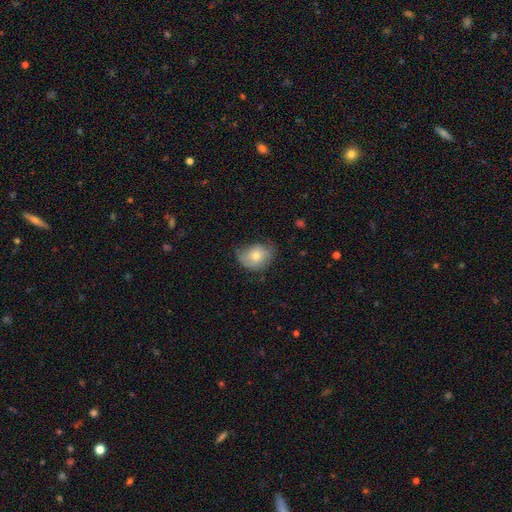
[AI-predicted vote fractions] Morphology: type=smooth (62%); roundness=in between (50%); merging=none (52%).